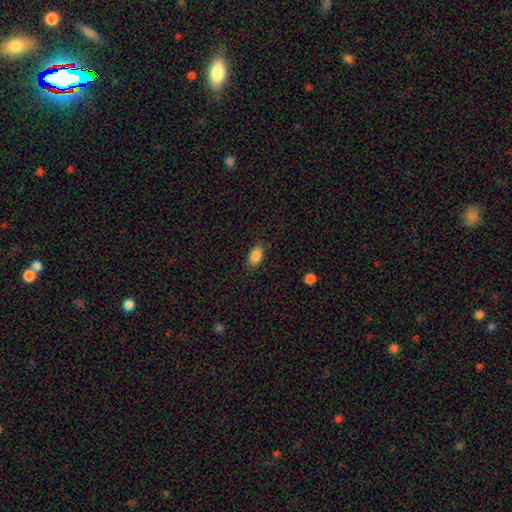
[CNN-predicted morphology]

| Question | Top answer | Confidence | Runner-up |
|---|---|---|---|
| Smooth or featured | smooth | 88% | star or artifact (8%) |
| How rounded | in between | 91% | round (7%) |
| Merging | none | 85% | minor disturbance (11%) |